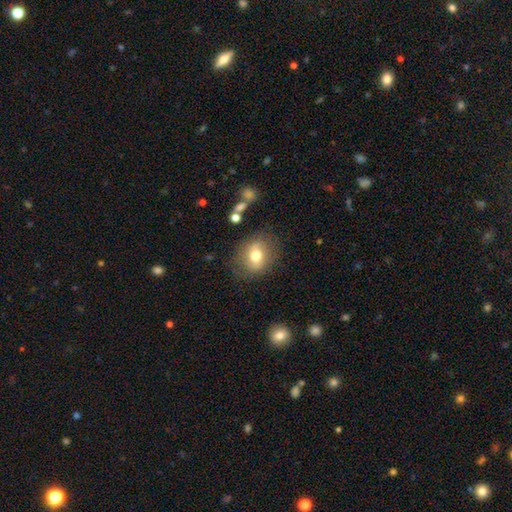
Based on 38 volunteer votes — Smooth or featured: smooth — 71% (featured or disk — 24%)
How rounded: round — 56% (in between — 44%)
Merging: none — 81% (minor disturbance — 14%)